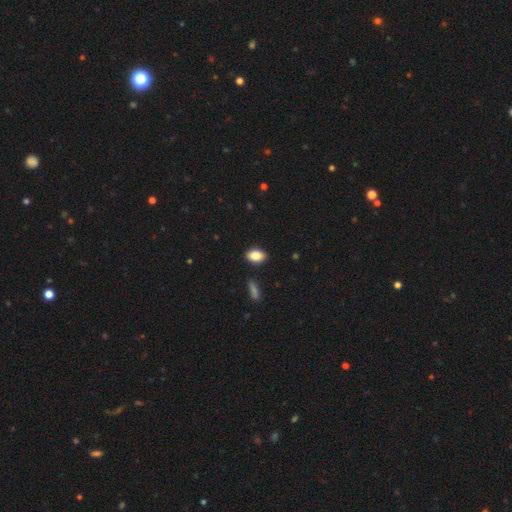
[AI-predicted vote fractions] smooth 85%, star or artifact 8%, featured or disk 7%. Down the decision tree: how rounded — in between (86%); merging — none (87%).